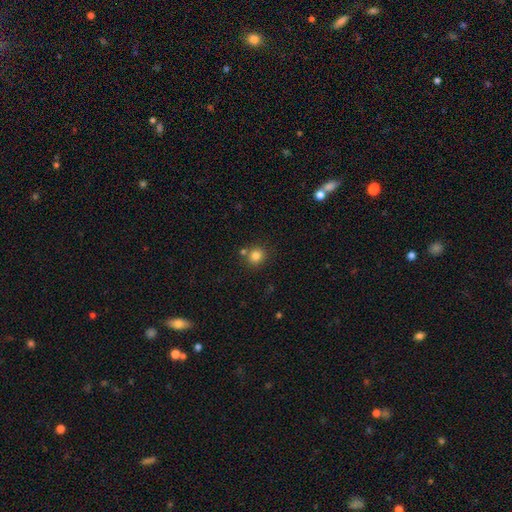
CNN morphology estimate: smooth 82%, star or artifact 12%, featured or disk 6%. Down the decision tree: how rounded — round (89%); merging — none (74%).